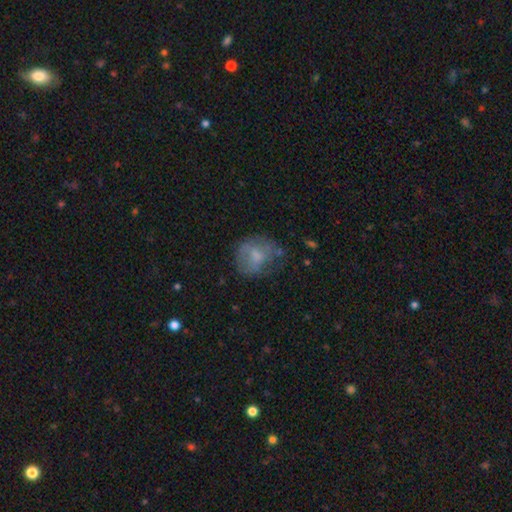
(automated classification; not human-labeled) smooth 54%, featured or disk 37%, star or artifact 9%. Down the decision tree: how rounded — round (64%); merging — none (51%).